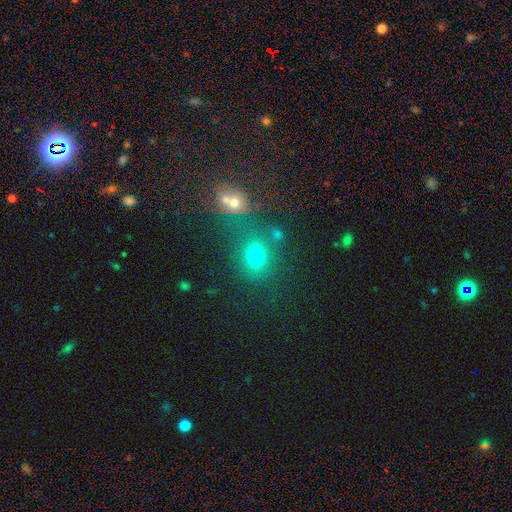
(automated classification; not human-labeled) Q: Smooth or featured?
A: smooth (68%); runner-up: star or artifact (21%)
Q: How rounded?
A: round (51%); runner-up: in between (47%)
Q: Merging?
A: none (63%); runner-up: merger (20%)